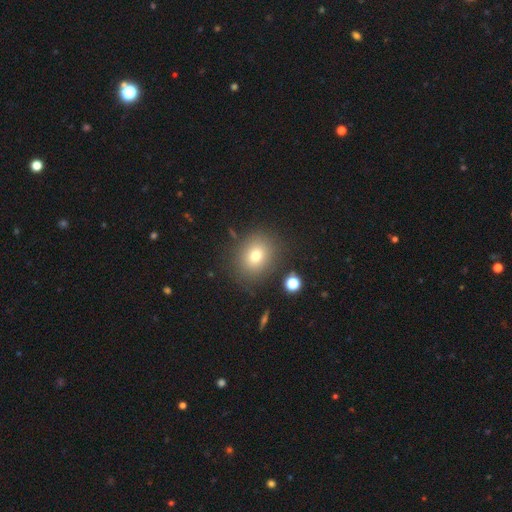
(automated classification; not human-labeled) A smooth galaxy with no disk features (74%) that is round (66%). Merging: none (83%).